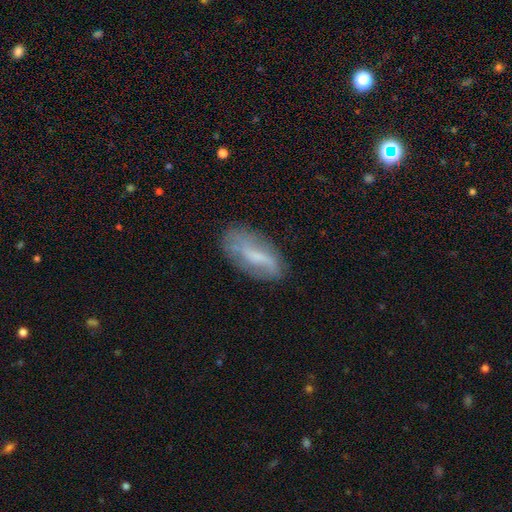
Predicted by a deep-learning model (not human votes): Smooth or featured? Predicted: featured or disk (p=0.47). Merging? Predicted: none (p=0.67).